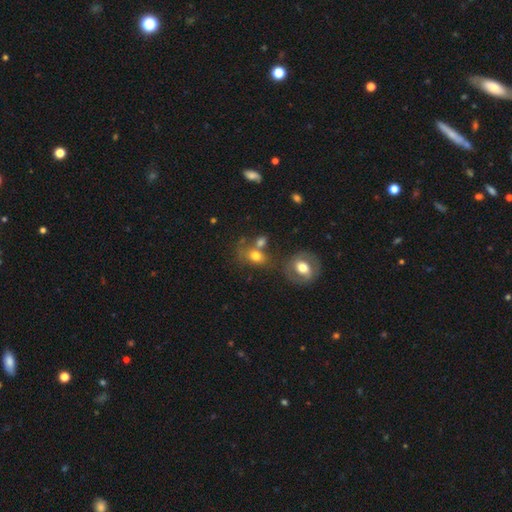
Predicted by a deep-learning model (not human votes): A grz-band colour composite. It shows a smooth galaxy with no disk features (70%) that is in between round and cigar-shaped (58%). Merging: none (43%).